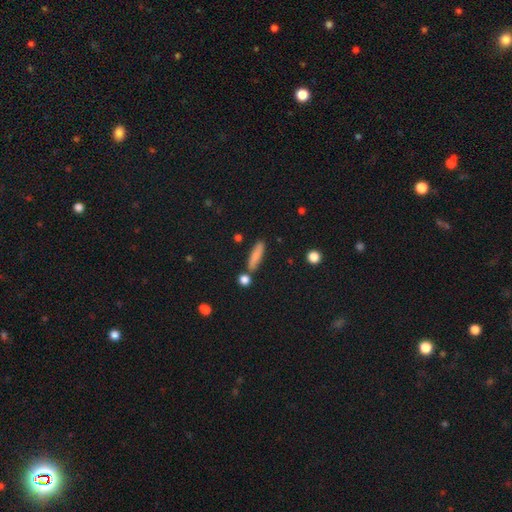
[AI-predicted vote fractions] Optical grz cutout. It shows a smooth galaxy with no disk features (80%) that is cigar-shaped (74%). Merging: none (78%).